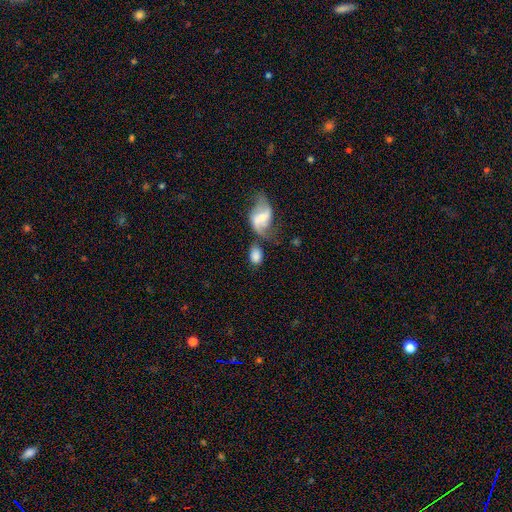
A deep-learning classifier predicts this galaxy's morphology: A smooth galaxy with no disk features (65%) that is in between round and cigar-shaped (82%).

Vote fractions:
- Smooth or featured? smooth: 65% / featured or disk: 27% / star or artifact: 8%
- How rounded? in between: 82% / round: 15% / cigar-shaped: 2%
- Merging? none: 43% / merger: 27% / minor disturbance: 18% / major disturbance: 12%